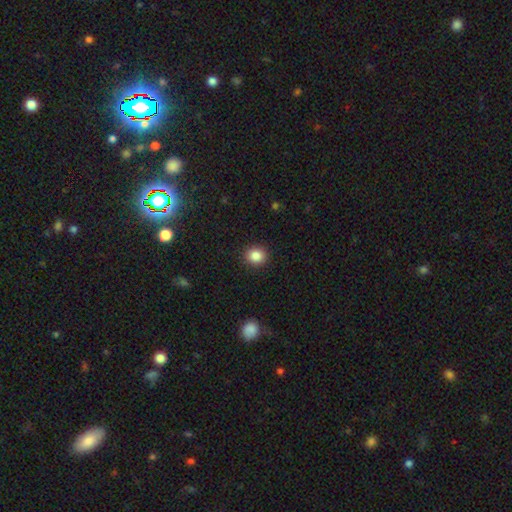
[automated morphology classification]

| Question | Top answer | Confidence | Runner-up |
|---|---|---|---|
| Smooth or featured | smooth | 86% | star or artifact (10%) |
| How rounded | round | 82% | in between (17%) |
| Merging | none | 92% | minor disturbance (5%) |